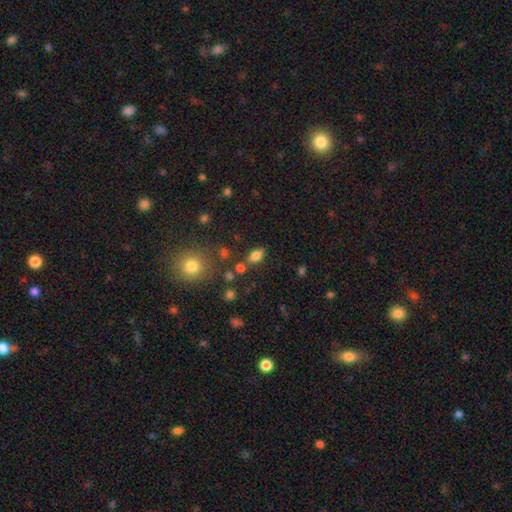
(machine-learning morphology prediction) This is likely a smooth galaxy (80%). How rounded: clearly in between (84%). Merging: likely none (74%).